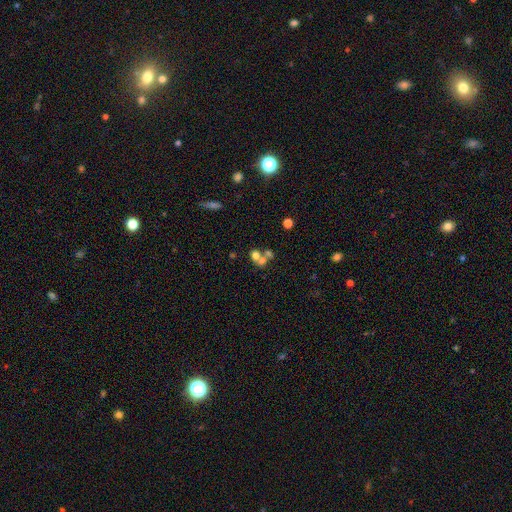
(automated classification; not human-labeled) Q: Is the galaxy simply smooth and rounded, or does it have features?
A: smooth — 61%.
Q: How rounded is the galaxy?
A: round — 73%.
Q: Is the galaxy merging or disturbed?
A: merger — 56%.